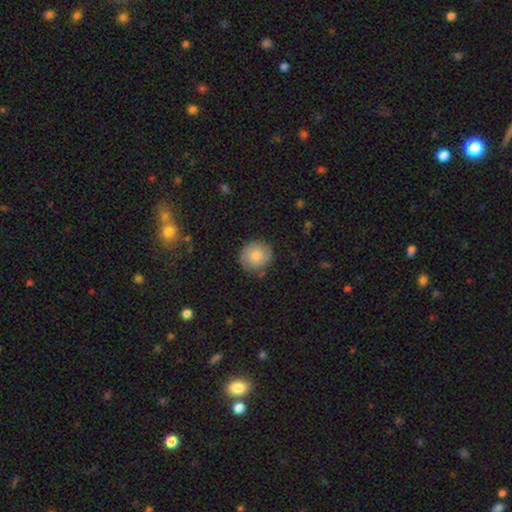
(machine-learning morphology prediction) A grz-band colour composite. It shows a smooth galaxy with no disk features (76%) that is round (90%). Merging: none (81%).